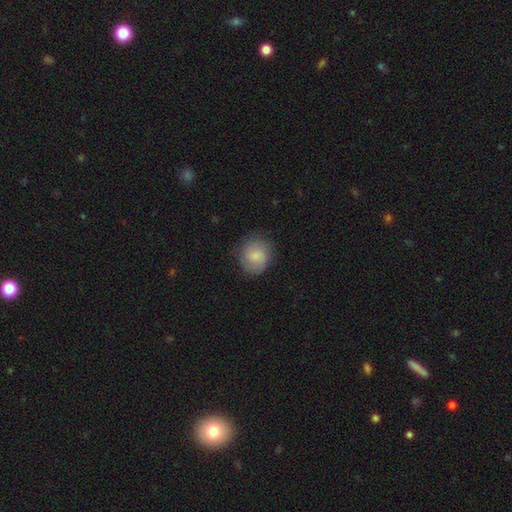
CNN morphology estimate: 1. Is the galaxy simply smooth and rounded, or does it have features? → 73% smooth, 19% featured or disk, 7% star or artifact.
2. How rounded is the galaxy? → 79% round, 20% in between, 1% cigar-shaped.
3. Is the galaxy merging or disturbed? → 79% none, 15% minor disturbance, 5% major disturbance, 1% merger.